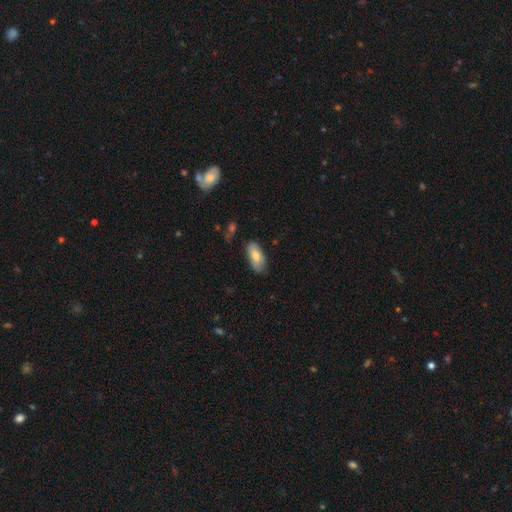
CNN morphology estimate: Smooth or featured? Predicted: smooth (p=0.73). How rounded? Predicted: in between (p=0.91). Merging? Predicted: none (p=0.76).